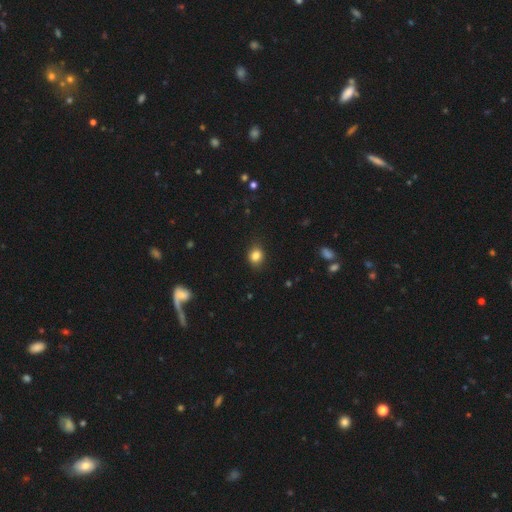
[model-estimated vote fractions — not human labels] Morphology: type=smooth (83%); roundness=round (57%); merging=none (82%).